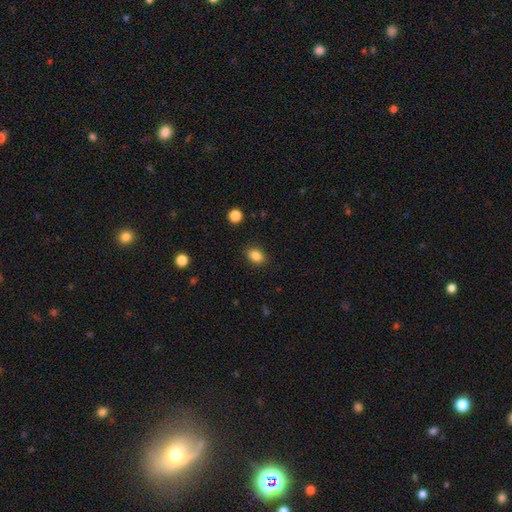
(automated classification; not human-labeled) Smooth or featured: smooth — 86% (star or artifact — 10%)
How rounded: in between — 73% (round — 26%)
Merging: none — 88% (minor disturbance — 9%)